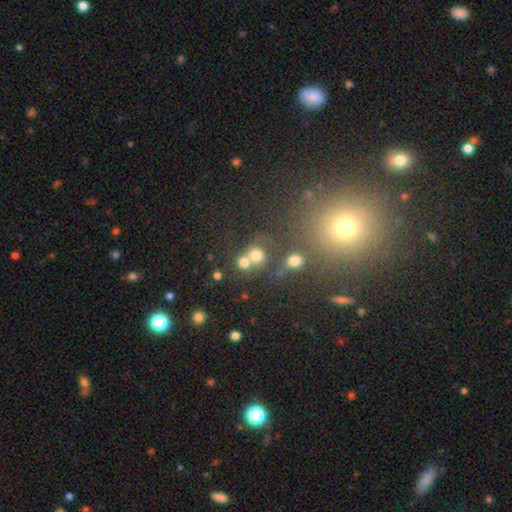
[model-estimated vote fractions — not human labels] Smooth or featured?
  - smooth: 70% *
  - star or artifact: 18%
  - featured or disk: 12%
How rounded?
  - round: 82% *
  - in between: 17%
  - cigar-shaped: 1%
Merging?
  - merger: 43% * (tied)
  - none: 43% * (tied)
  - minor disturbance: 8%
  - major disturbance: 5%